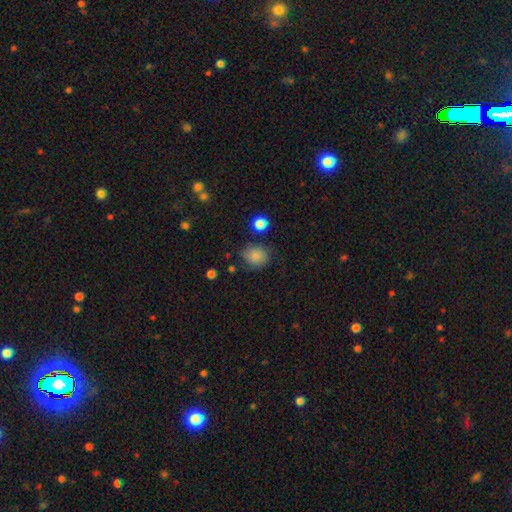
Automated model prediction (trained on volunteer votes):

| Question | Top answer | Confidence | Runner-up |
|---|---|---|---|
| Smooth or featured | smooth | 81% | star or artifact (10%) |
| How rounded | round | 66% | in between (33%) |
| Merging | none | 69% | minor disturbance (22%) |